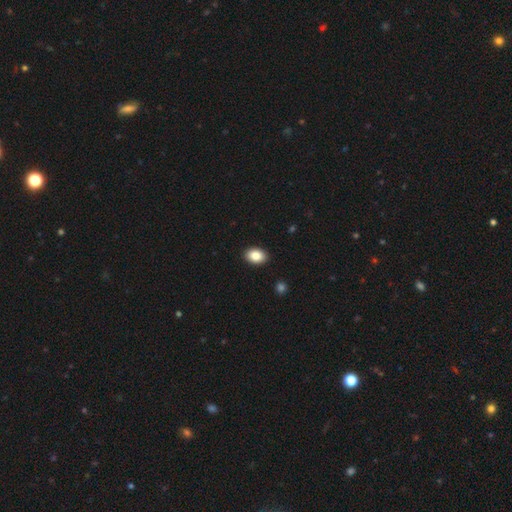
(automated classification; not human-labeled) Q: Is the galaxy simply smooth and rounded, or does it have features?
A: smooth — 86%.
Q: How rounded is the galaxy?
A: in between — 81%.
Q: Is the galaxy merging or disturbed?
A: none — 91%.